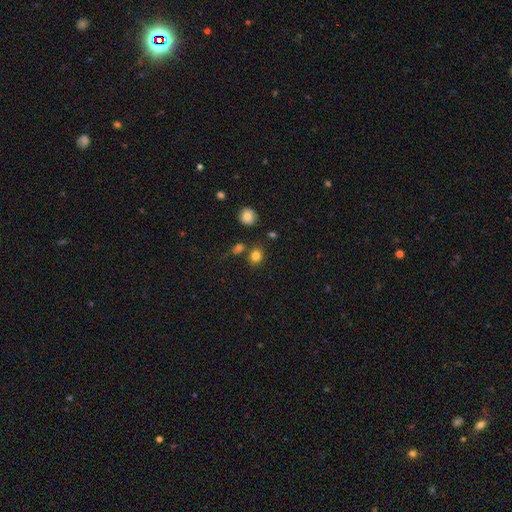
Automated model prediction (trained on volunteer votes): The model was most divided on "how rounded": round: 62%, in between: 37%, cigar-shaped: 1%. More confident: smooth or featured — smooth (82%); merging — none (75%).